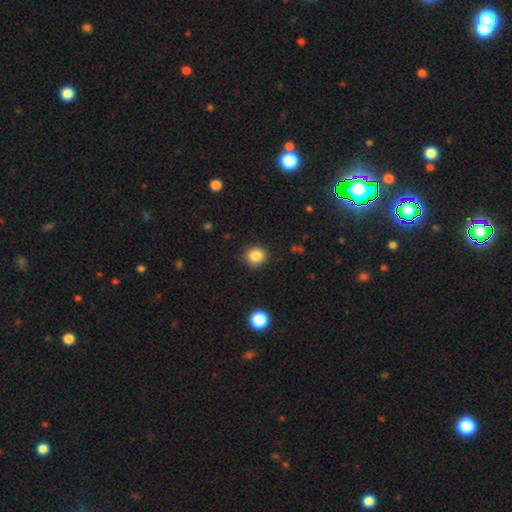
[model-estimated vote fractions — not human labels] smooth 84%, star or artifact 11%, featured or disk 4%. Down the decision tree: how rounded — round (89%); merging — none (85%).